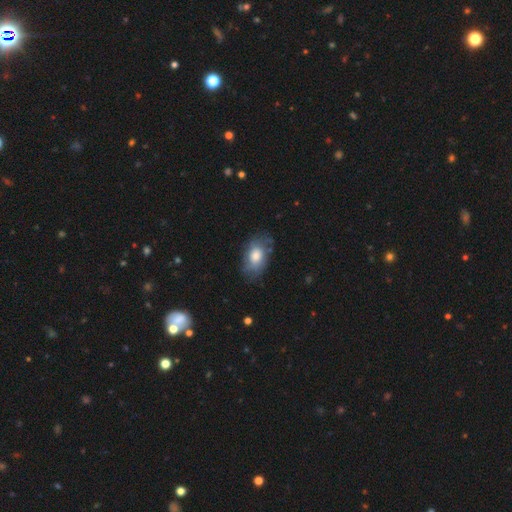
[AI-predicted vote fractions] Smooth or featured? smooth (63%)
How rounded? in between (88%)
Merging? none (63%)